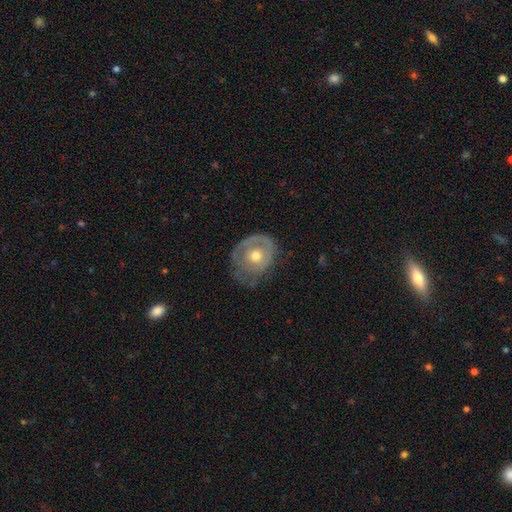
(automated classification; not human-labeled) Smooth or featured? featured or disk (57%)
Edge-on disk? no (95%)
Bar? no (87%)
Spiral arms? no (54%)
Bulge size? moderate (72%)
Merging? none (51%)